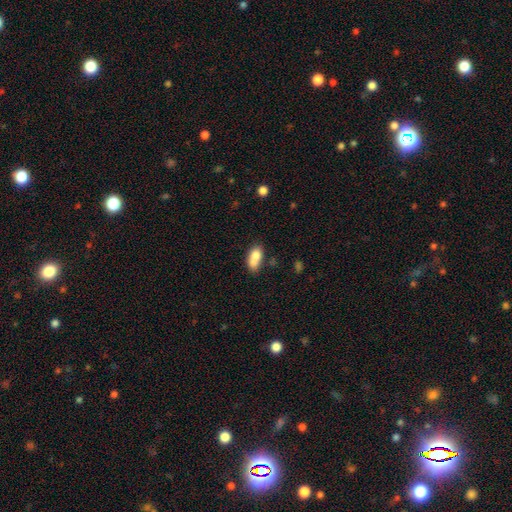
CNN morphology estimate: A smooth galaxy with no disk features (75%) that is in between round and cigar-shaped (81%).

Vote fractions:
- Smooth or featured? smooth: 75% / featured or disk: 16% / star or artifact: 9%
- How rounded? in between: 81% / cigar-shaped: 10% / round: 9%
- Merging? merger: 40% / none: 36% / minor disturbance: 17% / major disturbance: 7%